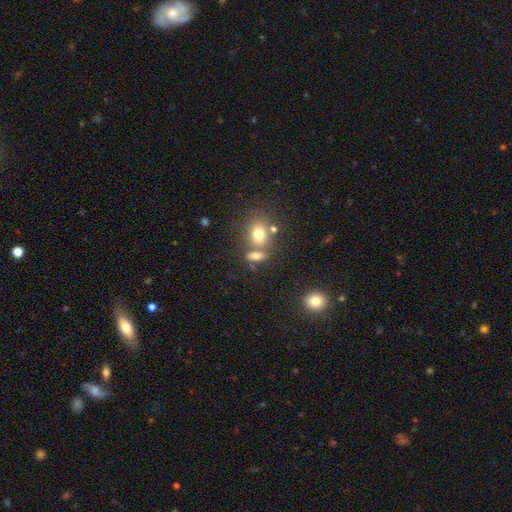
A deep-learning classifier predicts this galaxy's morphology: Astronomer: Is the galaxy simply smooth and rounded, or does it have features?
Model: smooth — 71%.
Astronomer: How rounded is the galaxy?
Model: in between — 67%.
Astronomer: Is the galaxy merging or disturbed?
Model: none — 54% (runner-up: merger, 30%).